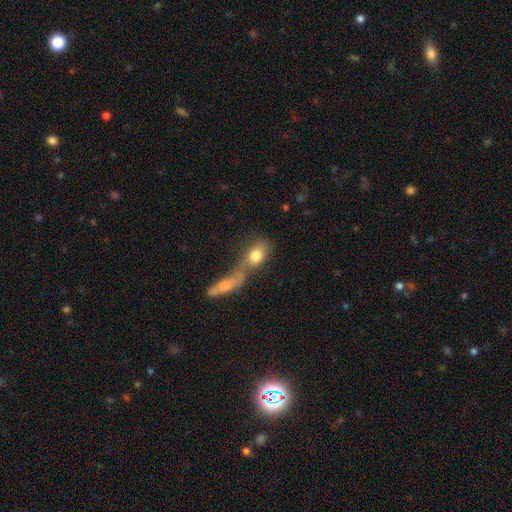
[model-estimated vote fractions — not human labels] A smooth galaxy with no disk features (76%) that is in between round and cigar-shaped (66%).

Vote fractions:
- Smooth or featured? smooth: 76% / featured or disk: 15% / star or artifact: 9%
- How rounded? in between: 66% / round: 23% / cigar-shaped: 11%
- Merging? merger: 56% / none: 30% / minor disturbance: 8% / major disturbance: 6%